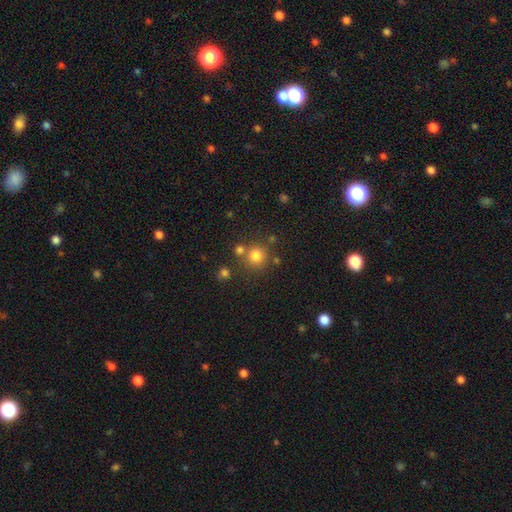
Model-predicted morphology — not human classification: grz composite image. It shows a smooth galaxy with no disk features (78%) that is round (91%). Merging: none (70%).